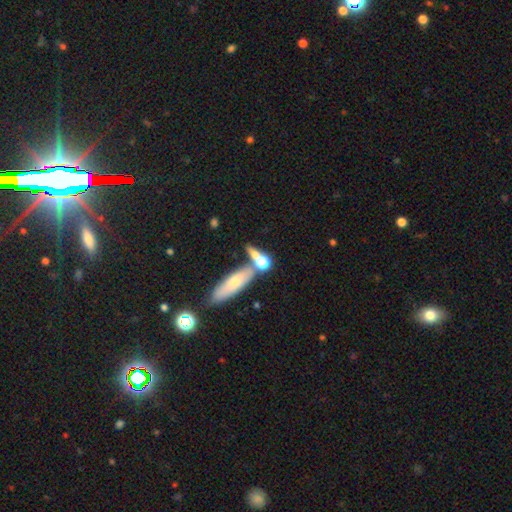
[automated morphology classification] Q: Smooth or featured?
A: smooth (66%); runner-up: featured or disk (22%)
Q: How rounded?
A: round (34%); tied with: cigar-shaped (34%)
Q: Merging?
A: none (51%); runner-up: merger (33%)